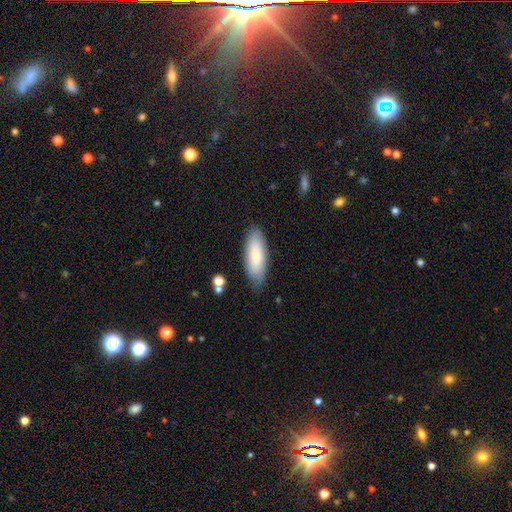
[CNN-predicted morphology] Smooth or featured? smooth (80%)
How rounded? in between (67%)
Merging? none (81%)